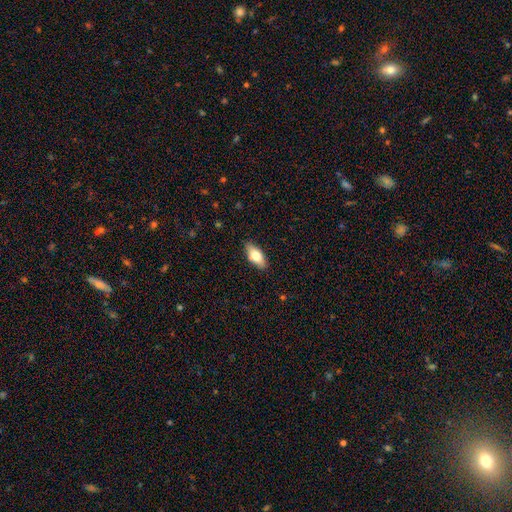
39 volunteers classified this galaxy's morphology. This appears to be a smooth galaxy with no disk features (67%) that is in between round and cigar-shaped (69%). Merging: none (84%).